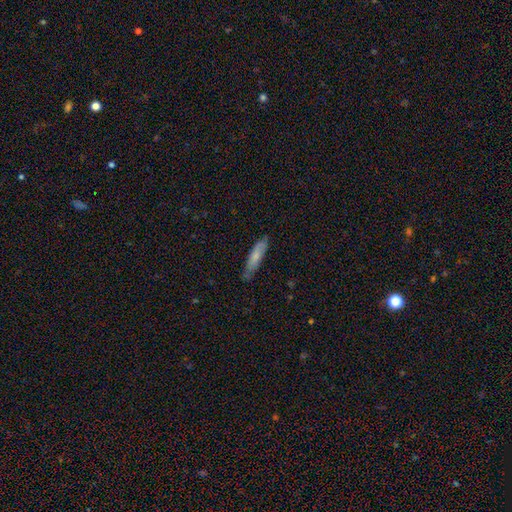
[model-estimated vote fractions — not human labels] Morphology: type=smooth (71%); roundness=cigar-shaped (76%); merging=none (72%).